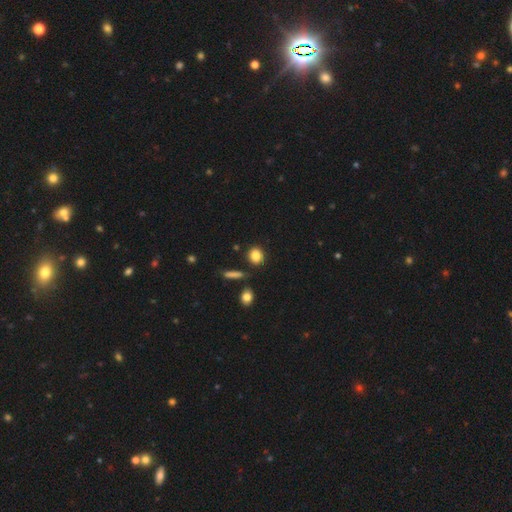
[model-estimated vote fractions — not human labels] Smooth or featured? smooth (85%)
How rounded? round (65%)
Merging? none (84%)